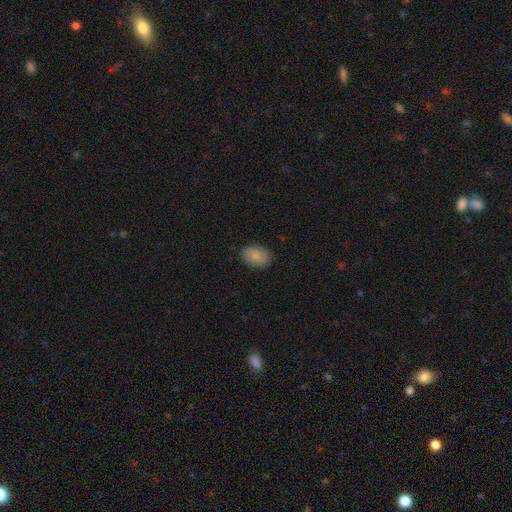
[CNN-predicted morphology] Smooth or featured?
  - smooth: 85% *
  - featured or disk: 8%
  - star or artifact: 7%
How rounded?
  - in between: 78% *
  - round: 21%
  - cigar-shaped: 1%
Merging?
  - none: 86% *
  - minor disturbance: 11%
  - major disturbance: 2%
  - merger: 1%